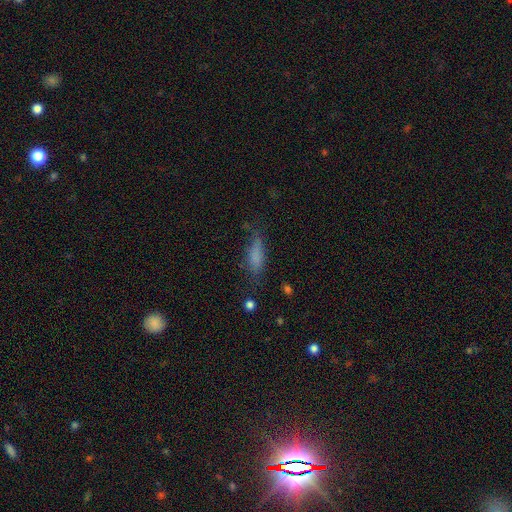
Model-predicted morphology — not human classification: smooth 74%, featured or disk 15%, star or artifact 11%. Down the decision tree: how rounded — in between (52%); merging — none (56%).